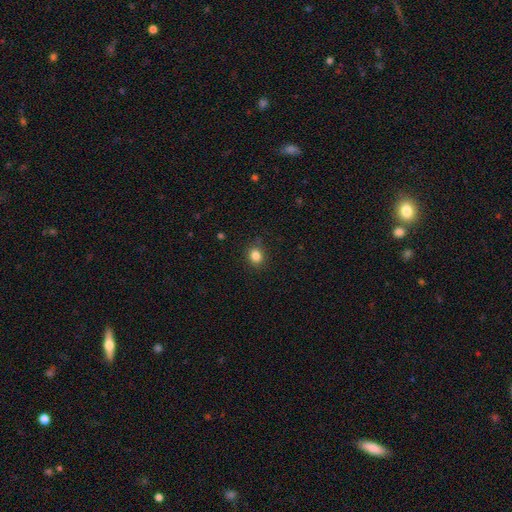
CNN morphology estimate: Q: Smooth or featured?
A: smooth (84%); runner-up: star or artifact (12%)
Q: How rounded?
A: round (72%); runner-up: in between (27%)
Q: Merging?
A: none (86%); runner-up: minor disturbance (10%)